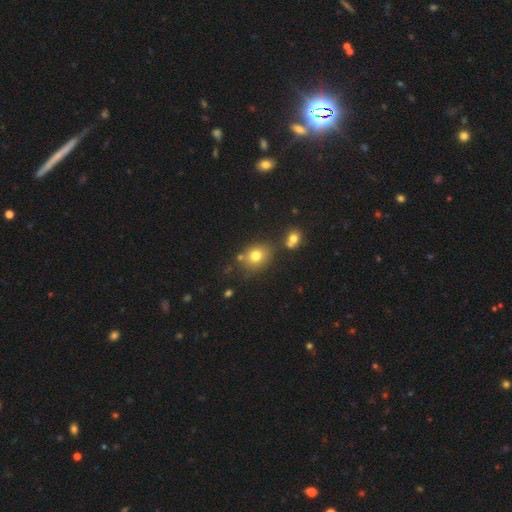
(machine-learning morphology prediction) This is likely a smooth galaxy (75%). How rounded: possibly round (58%). Merging: likely none (69%).